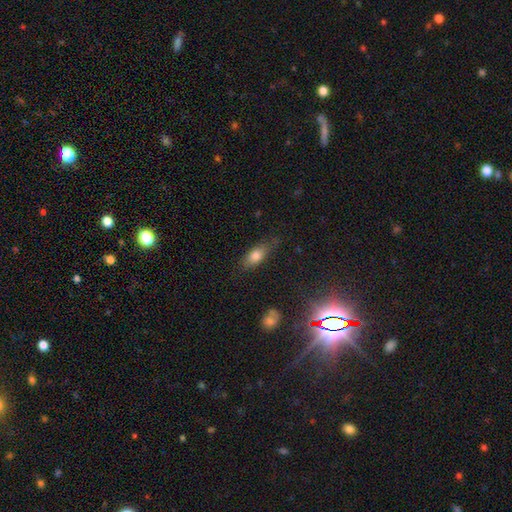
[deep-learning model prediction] Morphology: type=smooth (77%); roundness=in between (78%); merging=none (73%).